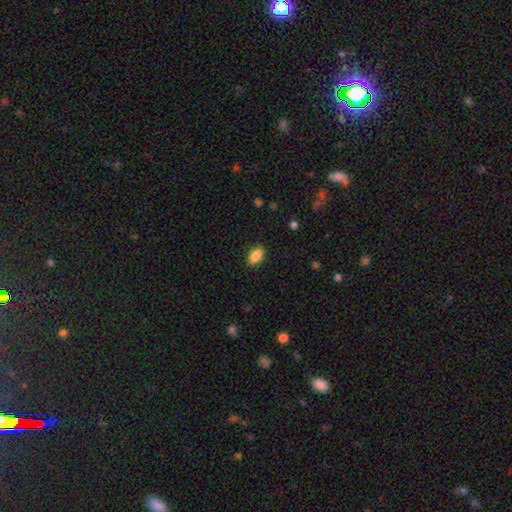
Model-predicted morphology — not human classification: smooth_or_featured: smooth (p=0.87) [alt: star or artifact p=0.08]
how_rounded: in between (p=0.89) [alt: cigar-shaped p=0.07]
merging: none (p=0.88) [alt: minor disturbance p=0.09]